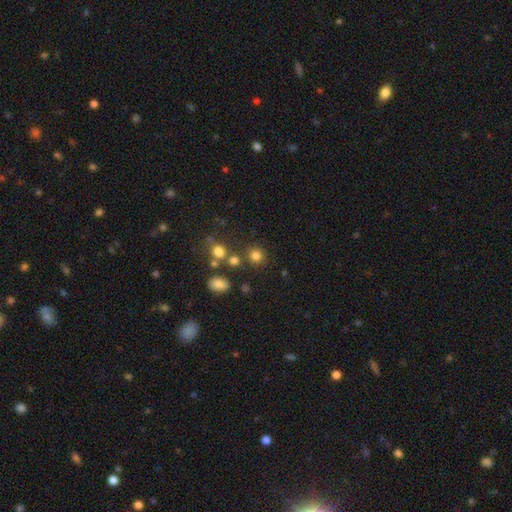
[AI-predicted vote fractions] smooth-or-featured: smooth: 78% | star or artifact: 15% | featured or disk: 6%
  how-rounded: round: 88% | in between: 11% | cigar-shaped: 1%
  merging: none: 77% | merger: 10% | minor disturbance: 9% | major disturbance: 4%